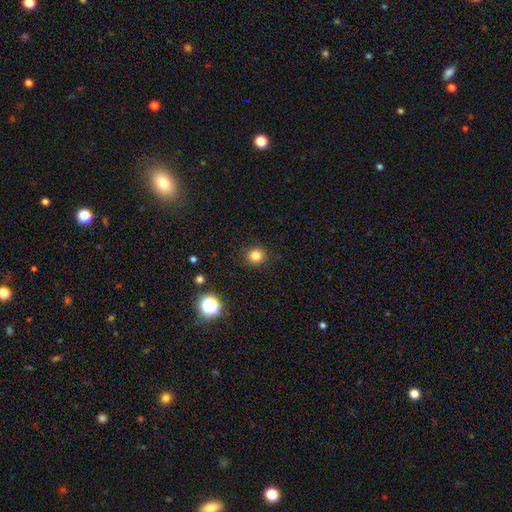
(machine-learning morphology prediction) type=smooth (81%); roundness=round (92%); merging=none (91%).